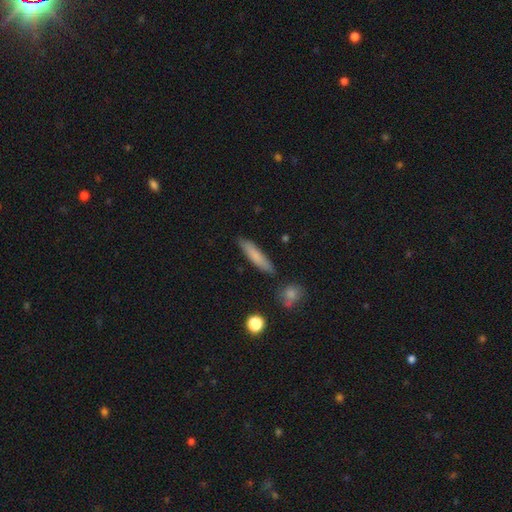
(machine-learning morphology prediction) The model was most divided on "smooth or featured": smooth: 77%, featured or disk: 16%, star or artifact: 7%. More confident: merging — none (86%); how rounded — cigar-shaped (84%).